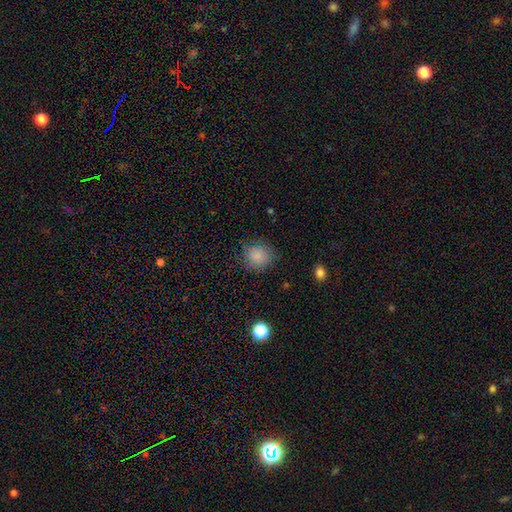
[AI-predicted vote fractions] A smooth galaxy with no disk features (80%) that is round (85%).

Vote fractions:
- Smooth or featured? smooth: 80% / star or artifact: 13% / featured or disk: 7%
- How rounded? round: 85% / in between: 14% / cigar-shaped: 1%
- Merging? none: 84% / minor disturbance: 11% / major disturbance: 3% / merger: 1%